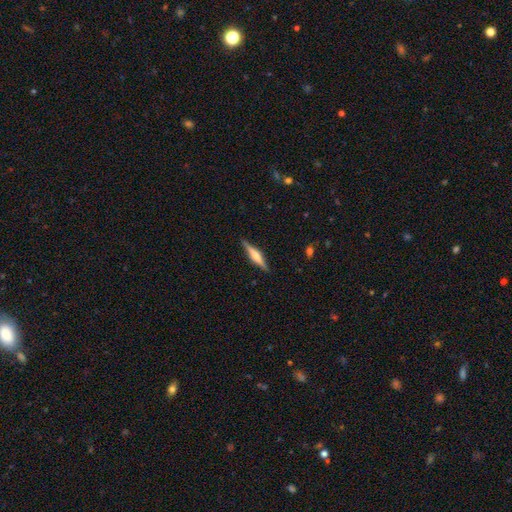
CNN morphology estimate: Smooth or featured? Predicted: featured or disk (p=0.66). Edge-on disk? Predicted: yes (p=0.97). Edge-on bulge? Predicted: rounded (p=0.73). Merging? Predicted: none (p=0.89).